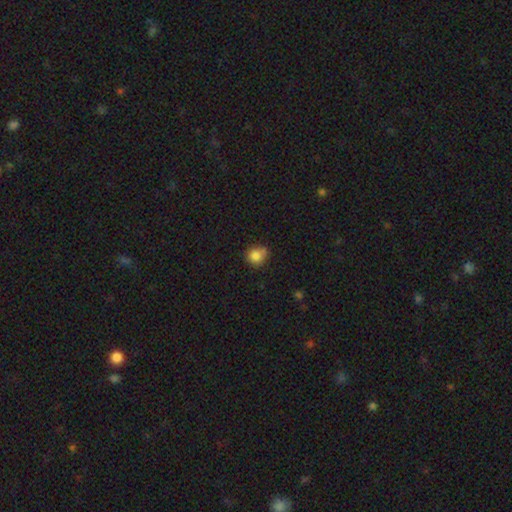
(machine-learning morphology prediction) Overall: smooth (83%). How rounded: round (79%). Merging: none (63%; minor disturbance 26%).